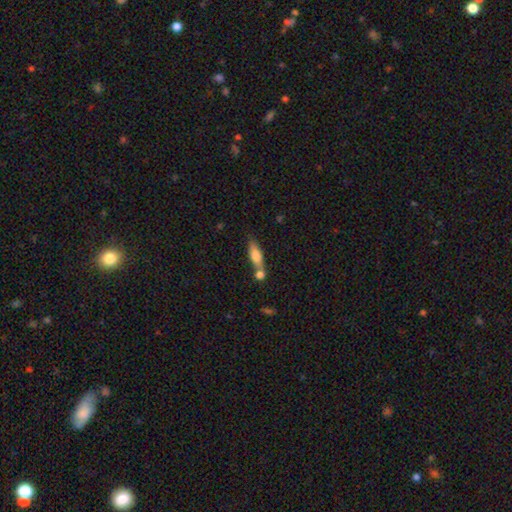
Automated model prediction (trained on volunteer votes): A smooth galaxy with no disk features (67%) that is cigar-shaped (53%).

Vote fractions:
- Smooth or featured? smooth: 67% / featured or disk: 25% / star or artifact: 7%
- How rounded? cigar-shaped: 53% / in between: 44% / round: 3%
- Merging? none: 49% / merger: 32% / minor disturbance: 14% / major disturbance: 5%